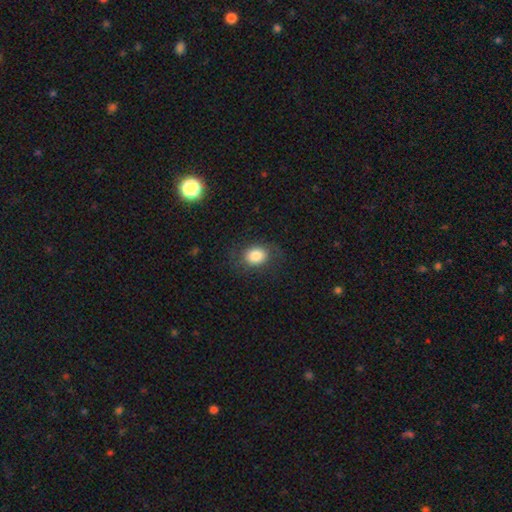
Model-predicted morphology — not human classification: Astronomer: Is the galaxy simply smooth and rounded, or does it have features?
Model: smooth — 80%.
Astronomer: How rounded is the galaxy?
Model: in between — 50% (runner-up: round, 49%).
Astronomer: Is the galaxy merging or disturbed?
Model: none — 74%.